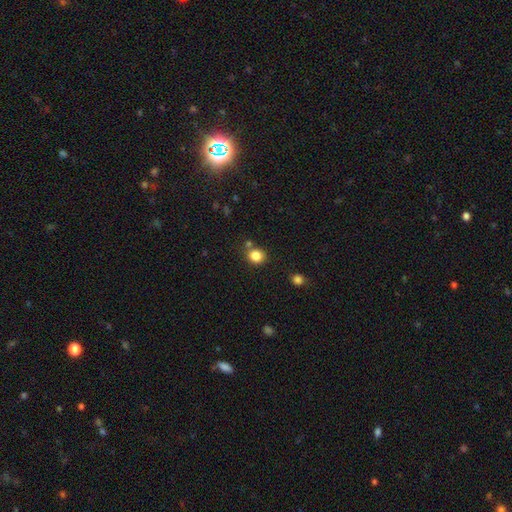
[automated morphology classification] Smooth or featured? smooth (84%)
How rounded? round (76%)
Merging? none (74%)